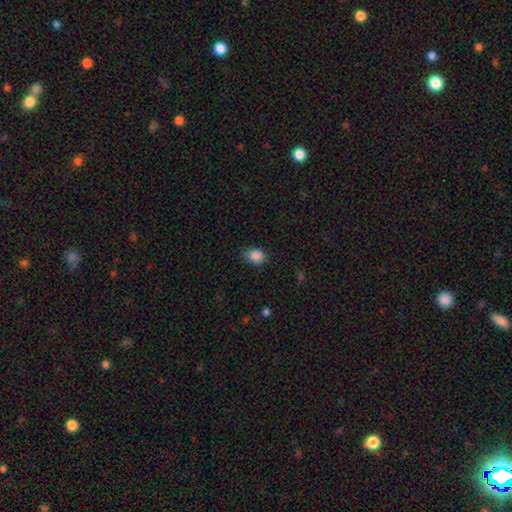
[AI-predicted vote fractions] A smooth galaxy with no disk features (86%) that is in between round and cigar-shaped (67%). Merging: none (68%).